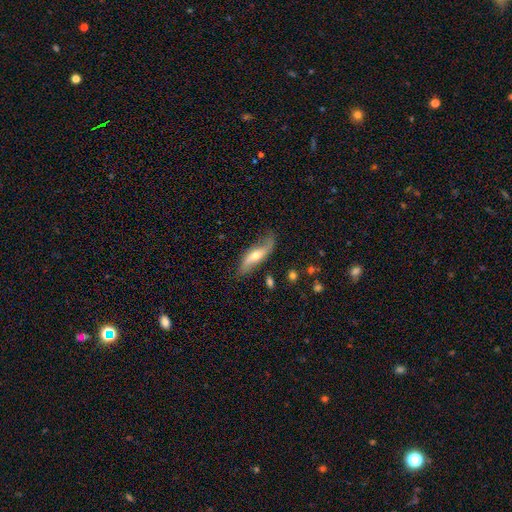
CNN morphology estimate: Q: Smooth or featured?
A: featured or disk (64%); runner-up: smooth (30%)
Q: Edge-on disk?
A: no (74%); runner-up: yes (26%)
Q: Merging?
A: none (66%); runner-up: minor disturbance (24%)